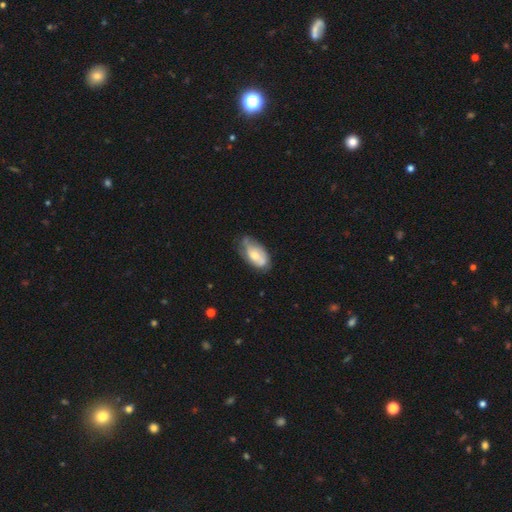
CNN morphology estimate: Overall: featured or disk (48%; smooth 46%). Merging: none (52%; minor disturbance 35%).